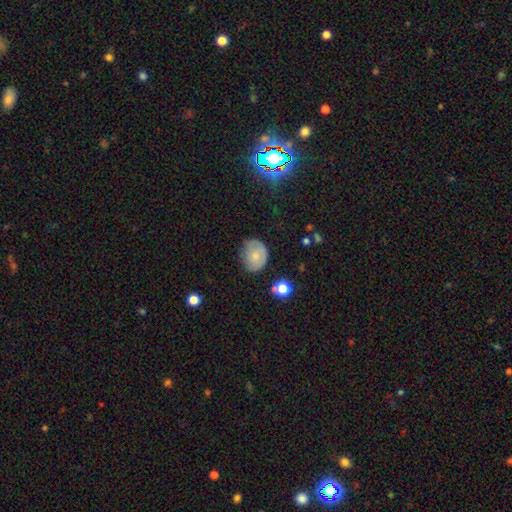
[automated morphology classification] smooth-or-featured: smooth: 71% | featured or disk: 19% | star or artifact: 9%
  how-rounded: round: 60% | in between: 39% | cigar-shaped: 1%
  merging: none: 62% | minor disturbance: 28% | major disturbance: 8% | merger: 2%